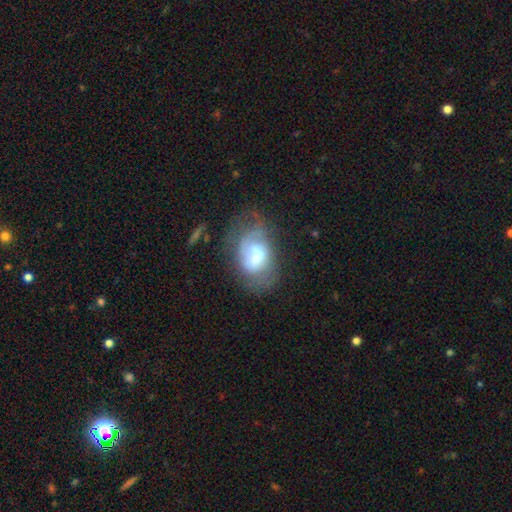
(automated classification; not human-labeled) Smooth or featured? Predicted: featured or disk (p=0.49). Merging? Predicted: none (p=0.33).